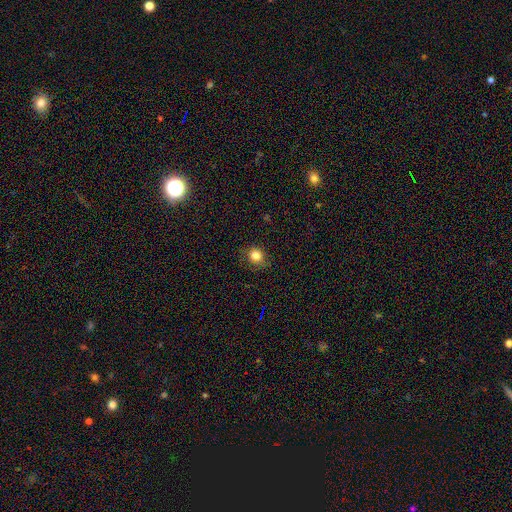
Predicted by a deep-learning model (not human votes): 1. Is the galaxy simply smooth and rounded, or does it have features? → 83% smooth, 12% star or artifact, 5% featured or disk.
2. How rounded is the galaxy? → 82% round, 17% in between, 1% cigar-shaped.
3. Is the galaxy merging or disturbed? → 80% none, 15% minor disturbance, 4% major disturbance, 1% merger.